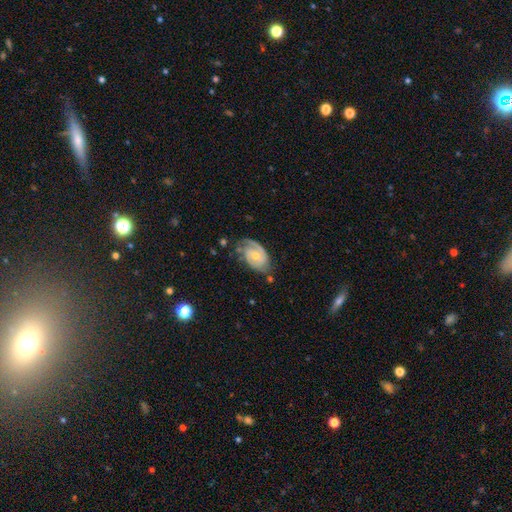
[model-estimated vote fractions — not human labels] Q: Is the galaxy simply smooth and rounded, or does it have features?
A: featured or disk — 83%.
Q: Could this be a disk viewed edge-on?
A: no — 97%.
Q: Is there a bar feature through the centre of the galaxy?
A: no — 60%.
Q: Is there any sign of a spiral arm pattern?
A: yes — 94%.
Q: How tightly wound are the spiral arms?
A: tight — 57%.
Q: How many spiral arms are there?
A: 2 — 61%.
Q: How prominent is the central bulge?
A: moderate — 50%.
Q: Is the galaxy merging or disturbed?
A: none — 62%.